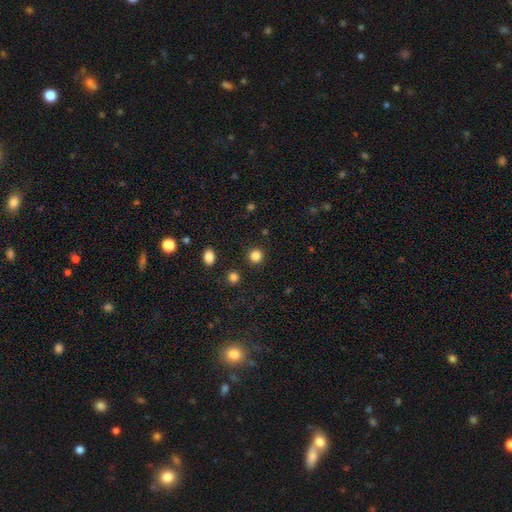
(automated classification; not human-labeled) The model was most divided on "smooth or featured": smooth: 84%, star or artifact: 13%, featured or disk: 4%. More confident: how rounded — round (92%); merging — none (91%).